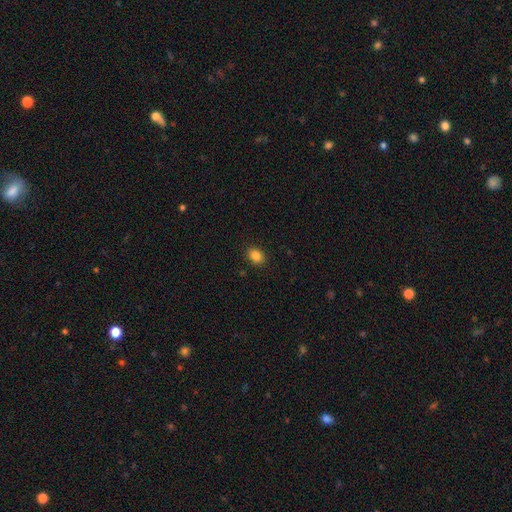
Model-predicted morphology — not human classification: Overall: smooth (85%). How rounded: in between (58%; round 41%). Merging: none (90%).